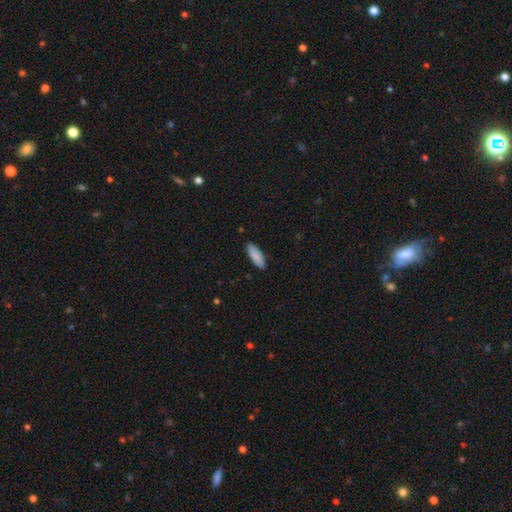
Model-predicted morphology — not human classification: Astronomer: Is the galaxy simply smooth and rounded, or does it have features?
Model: smooth — 87%.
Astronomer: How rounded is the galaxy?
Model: in between — 67%.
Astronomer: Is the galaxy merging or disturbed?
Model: none — 88%.